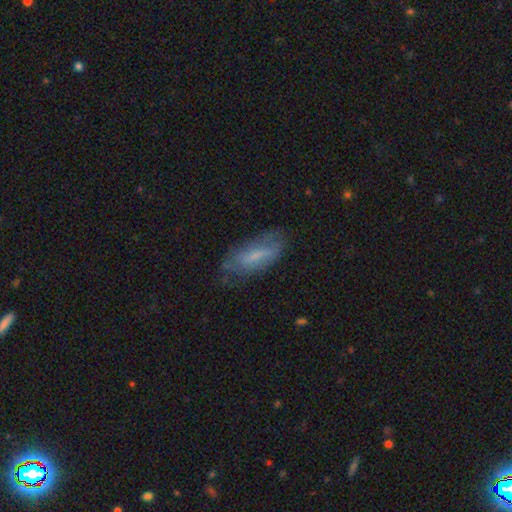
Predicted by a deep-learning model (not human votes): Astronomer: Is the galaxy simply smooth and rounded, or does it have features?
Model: smooth — 52% (runner-up: featured or disk, 40%).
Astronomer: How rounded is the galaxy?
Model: in between — 73%.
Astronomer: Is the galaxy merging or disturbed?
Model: none — 63%.